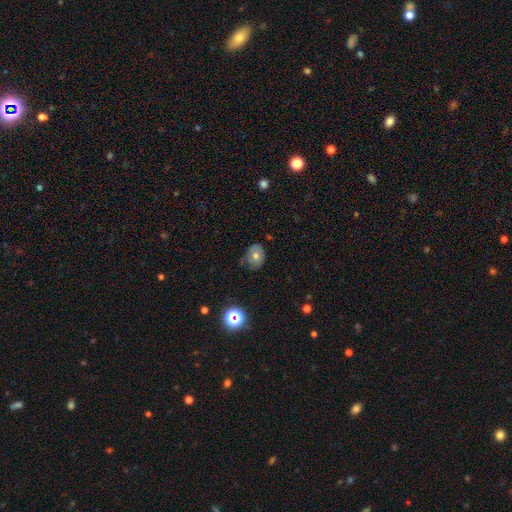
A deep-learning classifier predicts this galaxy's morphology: A smooth galaxy with no disk features (61%) that is round (52%).

Vote fractions:
- Smooth or featured? smooth: 61% / featured or disk: 25% / star or artifact: 13%
- How rounded? round: 52% / in between: 47% / cigar-shaped: 1%
- Merging? none: 61% / minor disturbance: 29% / major disturbance: 7% / merger: 3%